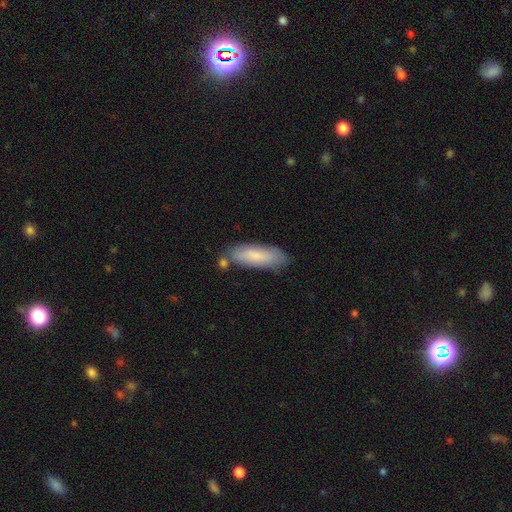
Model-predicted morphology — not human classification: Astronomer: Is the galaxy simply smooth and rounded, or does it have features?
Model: smooth — 78%.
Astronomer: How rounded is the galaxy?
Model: in between — 54% (runner-up: cigar-shaped, 45%).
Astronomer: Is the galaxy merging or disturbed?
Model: none — 71%.